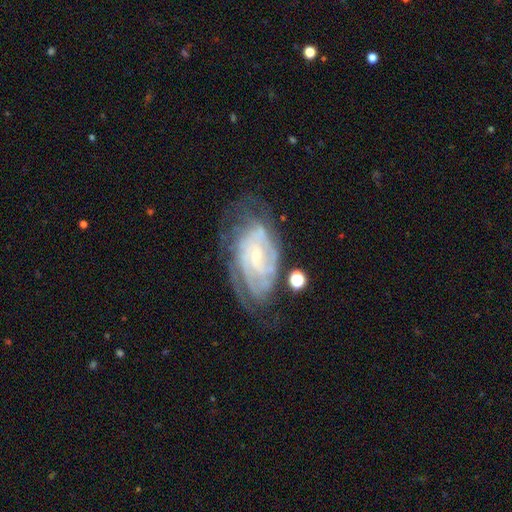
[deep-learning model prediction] Morphology: type=featured or disk (84%); edge-on=no (95%); bar=no (52%); spiral arms=yes (94%); winding=tight (71%); arm count=can't tell (39%); bulge=small (74%); merging=none (61%).